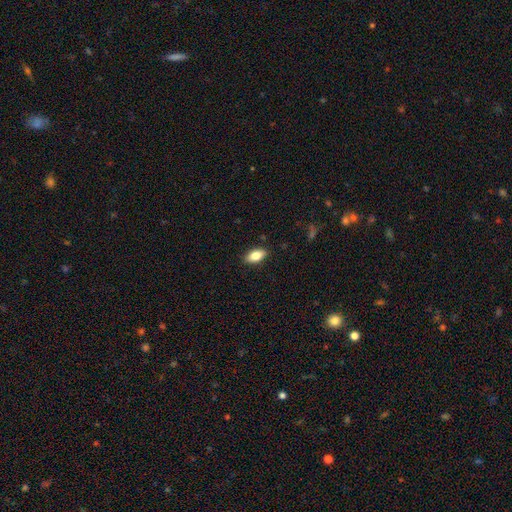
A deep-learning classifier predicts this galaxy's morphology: A smooth galaxy with no disk features (81%) that is in between round and cigar-shaped (90%).

Vote fractions:
- Smooth or featured? smooth: 81% / featured or disk: 12% / star or artifact: 7%
- How rounded? in between: 90% / cigar-shaped: 7% / round: 4%
- Merging? none: 88% / minor disturbance: 9% / major disturbance: 2% / merger: 1%